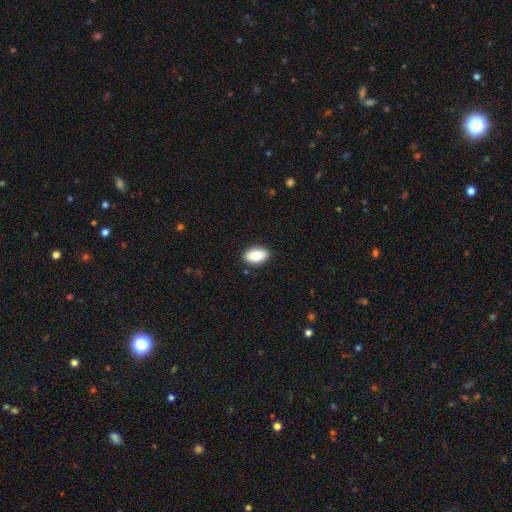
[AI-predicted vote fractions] This appears to be a smooth galaxy with no disk features (84%) that is in between round and cigar-shaped (92%). Merging: none (89%).